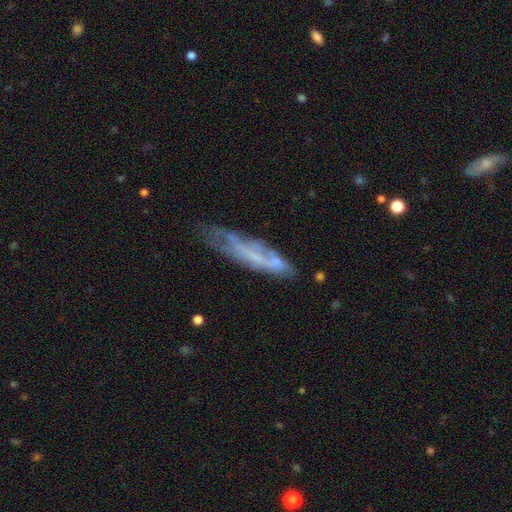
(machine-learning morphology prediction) smooth-or-featured: featured or disk: 53% | smooth: 37% | star or artifact: 10%
  disk-edge-on: no: 58% | yes: 42%
  merging: none: 47% | minor disturbance: 29% | major disturbance: 18% | merger: 6%